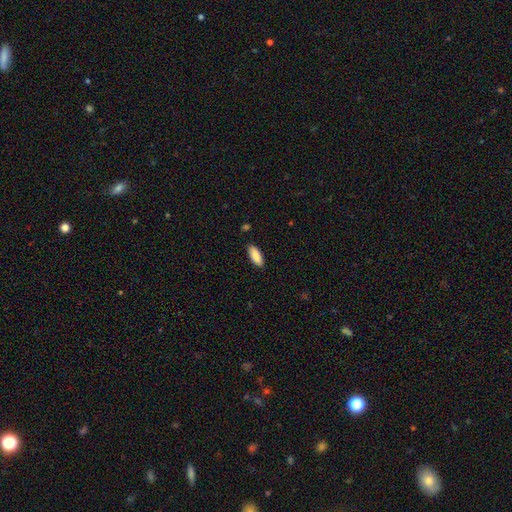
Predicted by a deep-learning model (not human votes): Smooth or featured? smooth (89%)
How rounded? in between (78%)
Merging? none (88%)